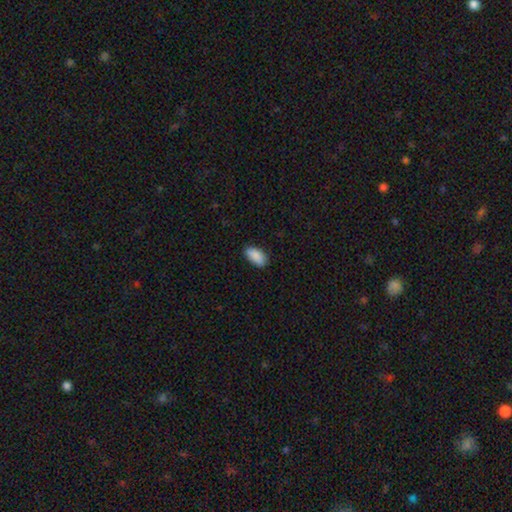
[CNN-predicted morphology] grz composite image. It shows a smooth galaxy with no disk features (90%) that is in between round and cigar-shaped (94%). Merging: none (83%).